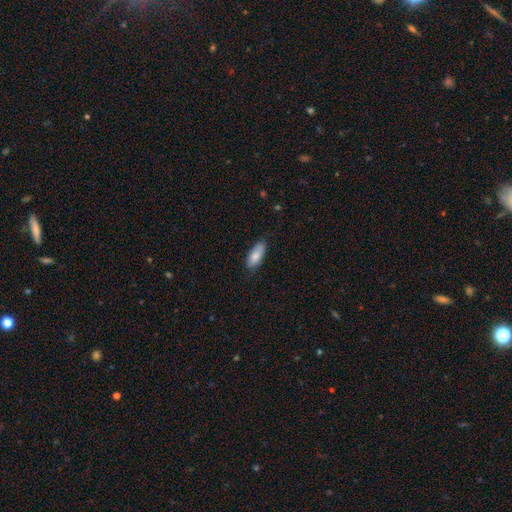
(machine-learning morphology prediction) Q: Smooth or featured?
A: smooth (82%); runner-up: featured or disk (11%)
Q: How rounded?
A: in between (82%); runner-up: cigar-shaped (16%)
Q: Merging?
A: none (75%); runner-up: minor disturbance (21%)